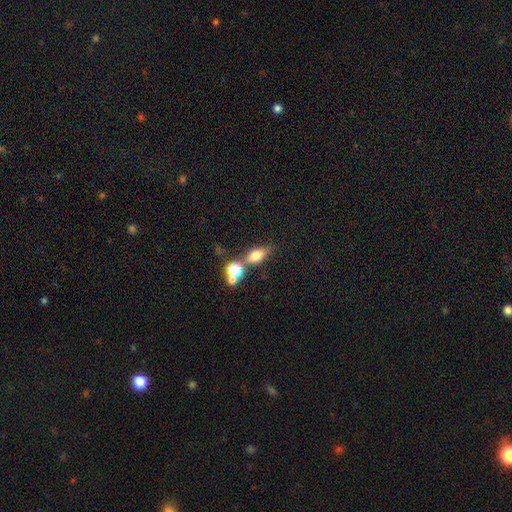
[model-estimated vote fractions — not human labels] Smooth or featured?
  - smooth: 65% *
  - featured or disk: 19%
  - star or artifact: 15%
How rounded?
  - in between: 62% *
  - round: 24%
  - cigar-shaped: 13%
Merging?
  - none: 52% *
  - merger: 27%
  - minor disturbance: 13%
  - major disturbance: 7%